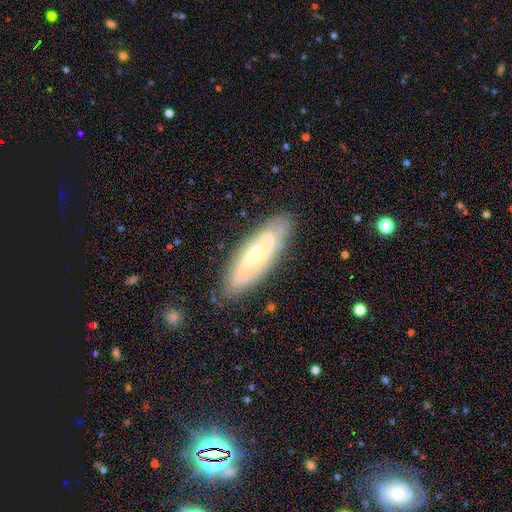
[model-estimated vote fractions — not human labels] This appears to be a featured or disk galaxy (75%) with no bar (50%), 2 (51%) tight (47%) spiral arms (89%) and a small central bulge (58%). Merging: none (83%).